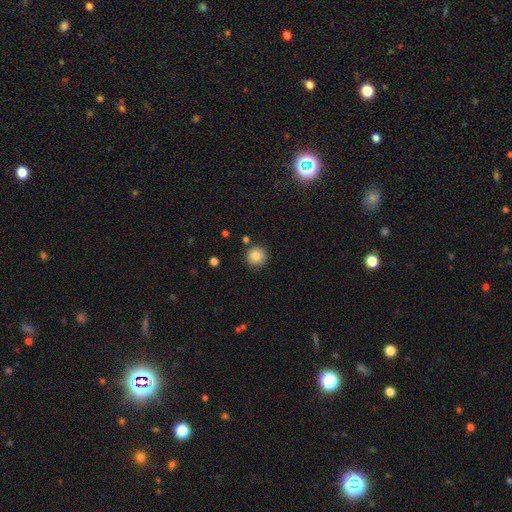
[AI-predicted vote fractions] Smooth or featured: smooth — 83% (star or artifact — 9%)
How rounded: round — 95% (in between — 4%)
Merging: none — 87% (minor disturbance — 8%)